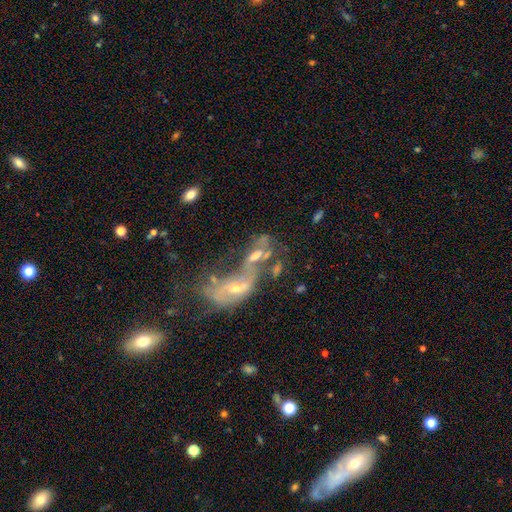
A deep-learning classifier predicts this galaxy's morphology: A featured or disk galaxy (55%).

Vote fractions:
- Smooth or featured? featured or disk: 55% / smooth: 31% / star or artifact: 14%
- Edge-on disk? no: 90% / yes: 10%
- Merging? merger: 72% / major disturbance: 12% / none: 10% / minor disturbance: 6%